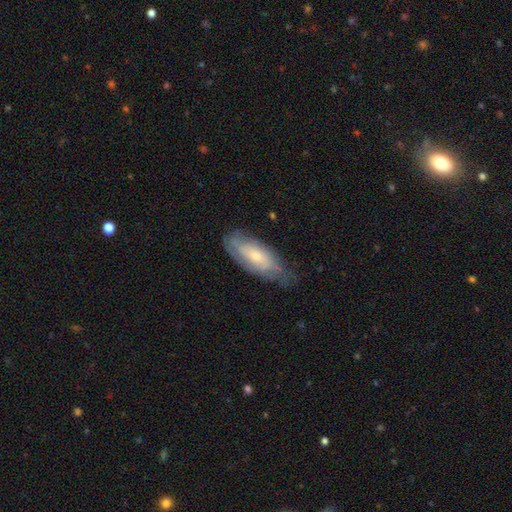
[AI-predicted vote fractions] The model was most divided on "smooth or featured": featured or disk: 56%, smooth: 38%, star or artifact: 7%. More confident: edge-on disk — no (82%); merging — none (65%).